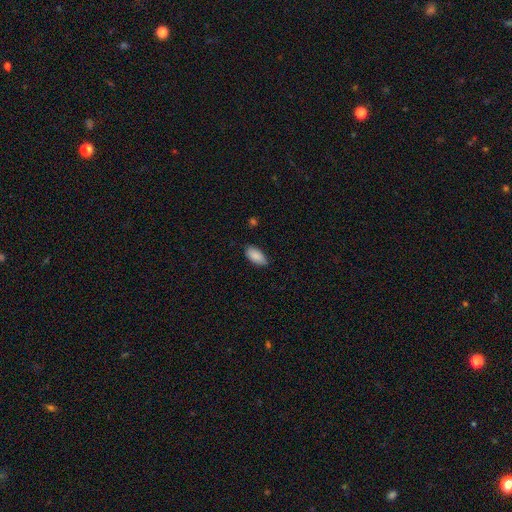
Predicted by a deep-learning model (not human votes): This appears to be a smooth galaxy with no disk features (89%) that is in between round and cigar-shaped (93%). Merging: none (82%).